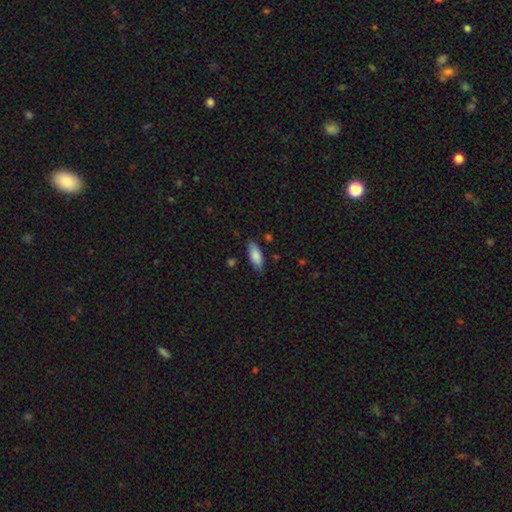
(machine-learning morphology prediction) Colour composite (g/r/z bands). It shows a smooth galaxy with no disk features (84%) that is in between round and cigar-shaped (76%). Merging: none (79%).